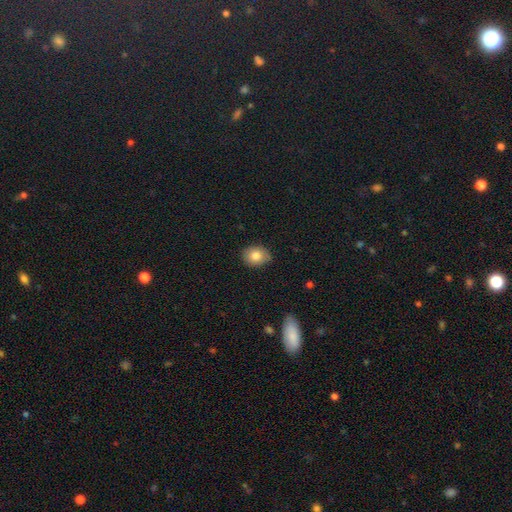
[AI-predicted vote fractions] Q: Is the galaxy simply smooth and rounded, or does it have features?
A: smooth — 82%.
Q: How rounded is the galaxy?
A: in between — 55%.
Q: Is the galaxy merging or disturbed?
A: none — 83%.